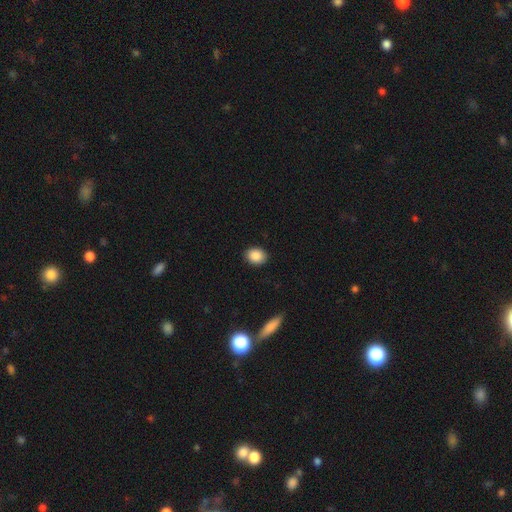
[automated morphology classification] Smooth or featured?
  - smooth: 88% *
  - star or artifact: 8%
  - featured or disk: 4%
How rounded?
  - in between: 59% *
  - round: 40%
  - cigar-shaped: 1%
Merging?
  - none: 89% *
  - minor disturbance: 8%
  - major disturbance: 2%
  - merger: 1%